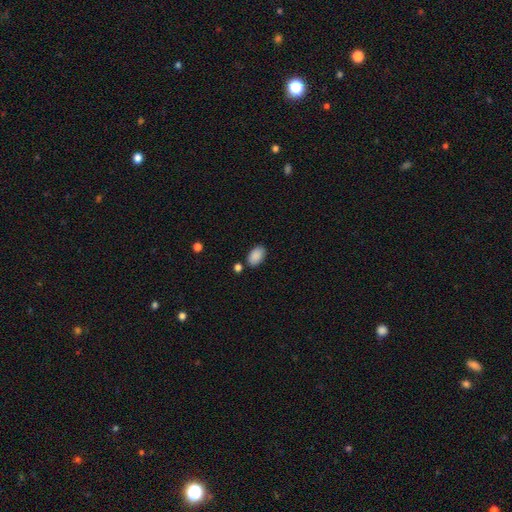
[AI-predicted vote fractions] smooth-or-featured: smooth: 89% | star or artifact: 7% | featured or disk: 3%
  how-rounded: in between: 92% | round: 6% | cigar-shaped: 1%
  merging: none: 81% | minor disturbance: 11% | merger: 5% | major disturbance: 3%